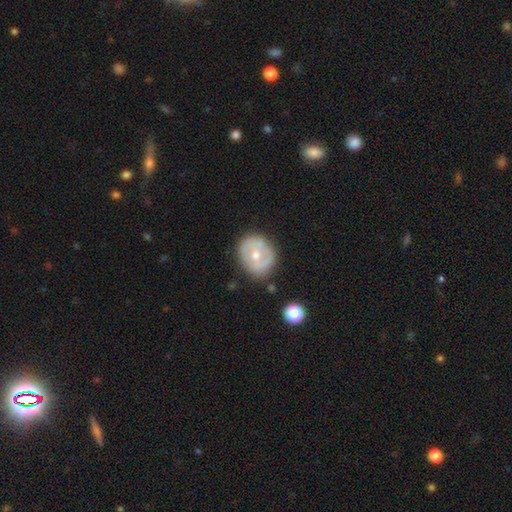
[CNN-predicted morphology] Smooth or featured: featured or disk — 54% (smooth — 39%)
Edge-on disk: no — 95% (yes — 5%)
Bar: no — 55% (weak — 33%)
Spiral arms: no — 62% (yes — 38%)
Bulge size: moderate — 65% (small — 31%)
Merging: none — 75% (minor disturbance — 17%)